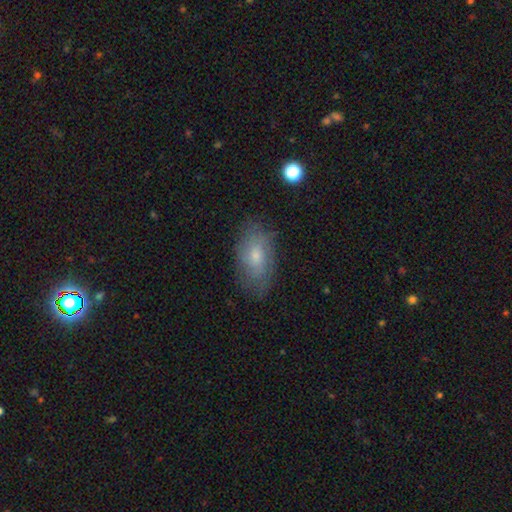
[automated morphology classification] The model was most divided on "smooth or featured": smooth: 56%, featured or disk: 36%, star or artifact: 8%. More confident: how rounded — in between (90%); merging — none (75%).